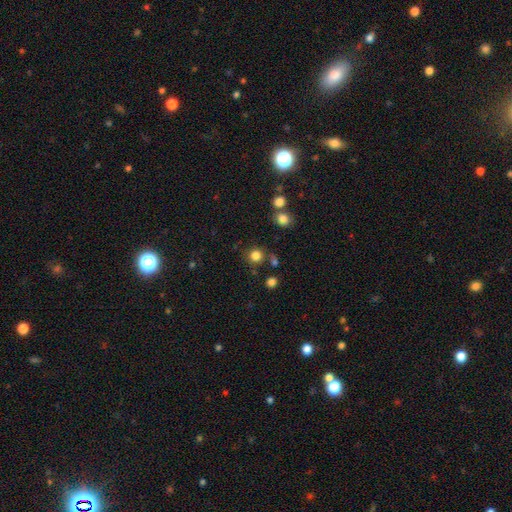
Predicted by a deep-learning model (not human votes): Overall: smooth (82%). How rounded: round (91%). Merging: none (79%).